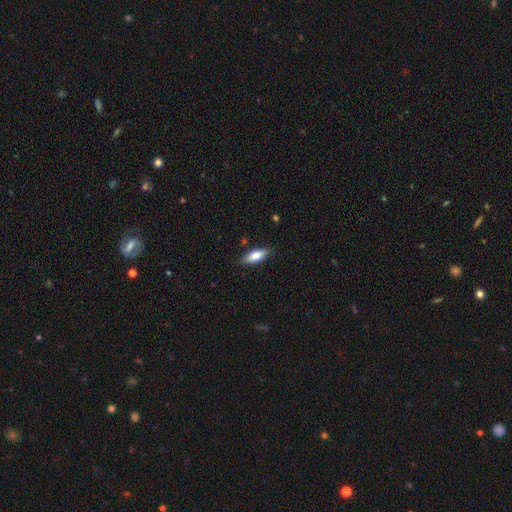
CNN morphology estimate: Overall: smooth (78%). How rounded: in between (68%; cigar-shaped 30%). Merging: none (83%).